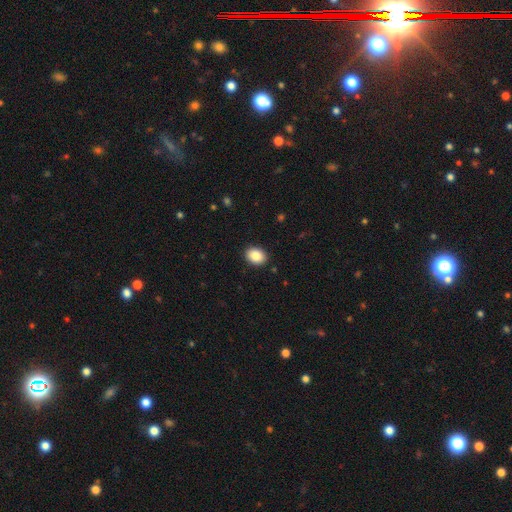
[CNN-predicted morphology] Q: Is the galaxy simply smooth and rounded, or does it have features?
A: smooth — 86%.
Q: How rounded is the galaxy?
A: in between — 61%.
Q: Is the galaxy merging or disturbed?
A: none — 91%.